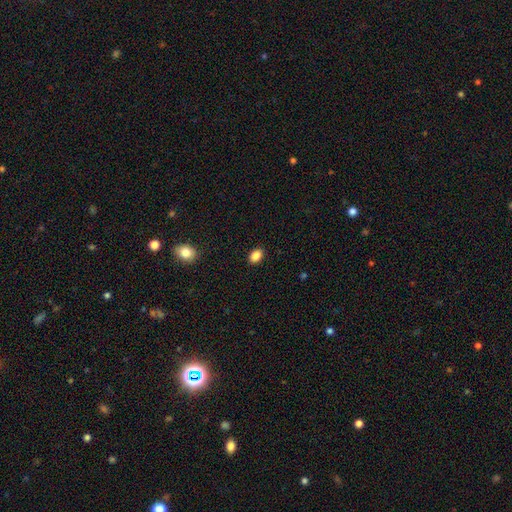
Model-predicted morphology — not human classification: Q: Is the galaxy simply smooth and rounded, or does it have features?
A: smooth — 87%.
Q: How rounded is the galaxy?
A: in between — 79%.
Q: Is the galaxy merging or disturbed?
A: none — 89%.